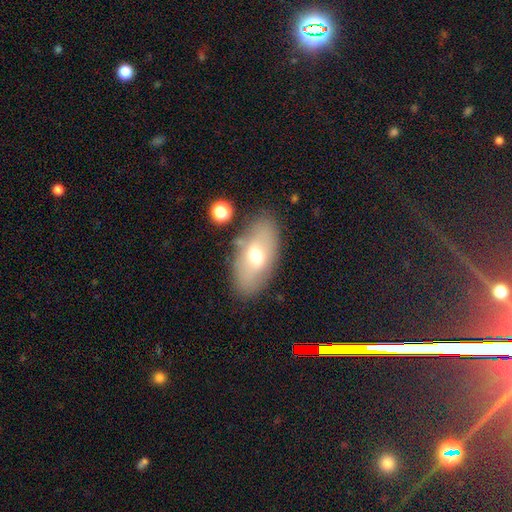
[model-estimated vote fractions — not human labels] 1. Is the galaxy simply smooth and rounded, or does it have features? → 59% smooth, 32% featured or disk, 9% star or artifact.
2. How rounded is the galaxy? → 90% in between, 5% round, 5% cigar-shaped.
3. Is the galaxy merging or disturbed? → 78% none, 13% minor disturbance, 4% merger, 4% major disturbance.